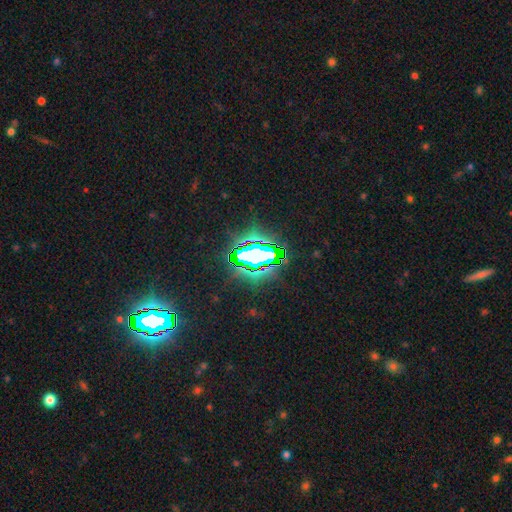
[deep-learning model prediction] A star or artifact, not a galaxy (72%).

Vote fractions:
- Smooth or featured? star or artifact: 72% / smooth: 16% / featured or disk: 12%